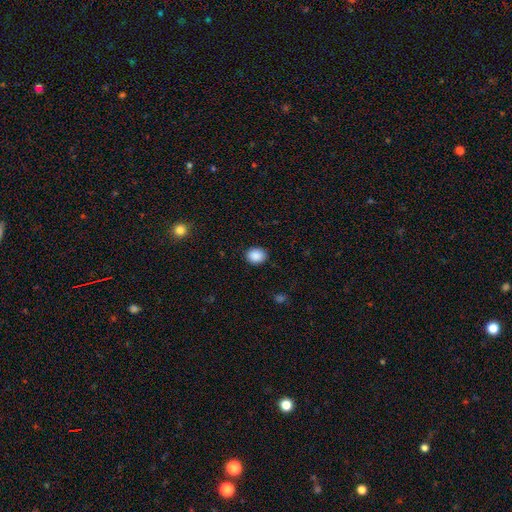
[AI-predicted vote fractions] A smooth galaxy with no disk features (89%) that is round (61%).

Vote fractions:
- Smooth or featured? smooth: 89% / star or artifact: 8% / featured or disk: 3%
- How rounded? round: 61% / in between: 39% / cigar-shaped: 1%
- Merging? none: 88% / minor disturbance: 8% / major disturbance: 2% / merger: 1%